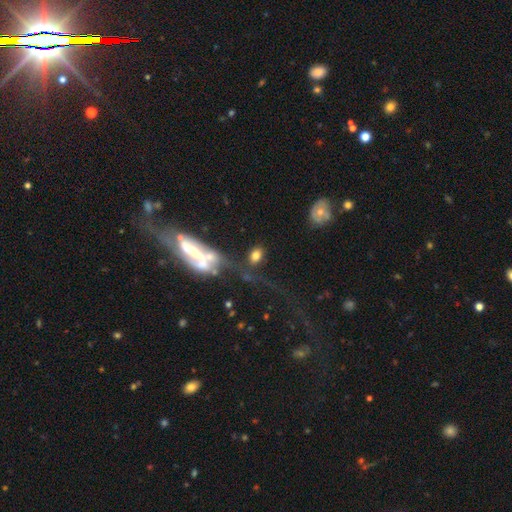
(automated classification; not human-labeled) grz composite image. It shows a smooth galaxy with no disk features (68%) that is in between round and cigar-shaped (70%). Merging: none (45%).